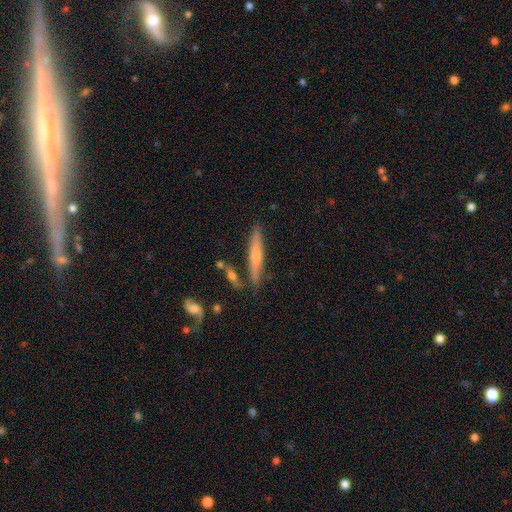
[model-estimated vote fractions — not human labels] The model was most divided on "smooth or featured": smooth: 51%, featured or disk: 43%, star or artifact: 6%. More confident: how rounded — cigar-shaped (92%); merging — none (81%).